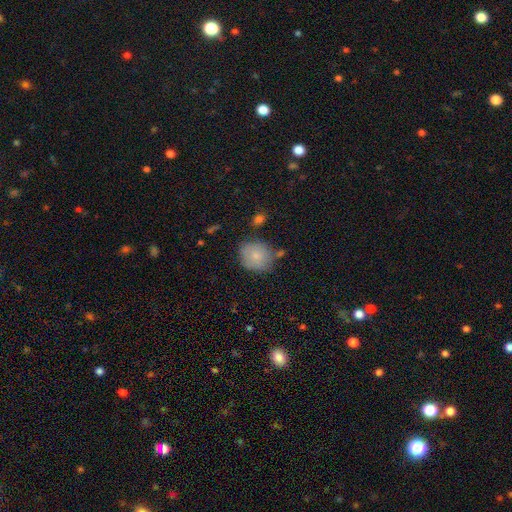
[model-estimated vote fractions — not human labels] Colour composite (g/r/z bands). It shows a smooth galaxy with no disk features (79%) that is round (76%). Merging: none (66%).